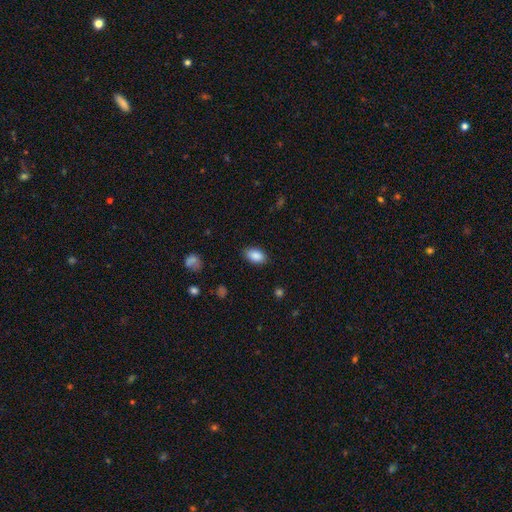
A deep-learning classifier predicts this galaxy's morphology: This is clearly a smooth galaxy (88%). How rounded: clearly in between (91%). Merging: clearly none (85%).